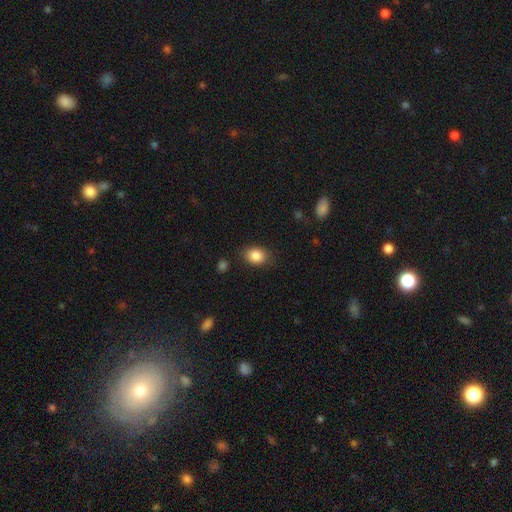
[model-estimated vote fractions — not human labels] This is clearly a smooth galaxy (86%). How rounded: likely in between (63%). Merging: clearly none (82%).